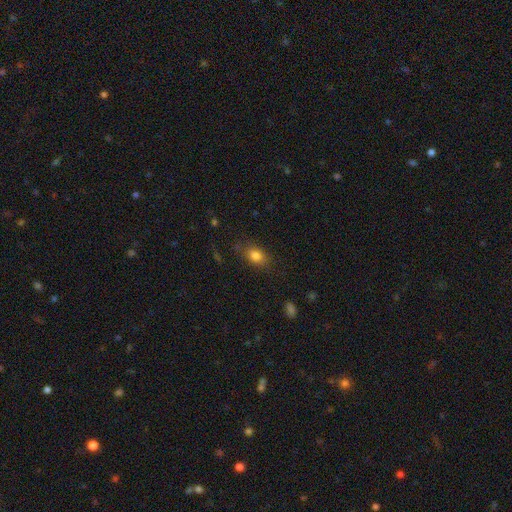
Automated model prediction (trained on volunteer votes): Q: Smooth or featured?
A: smooth (82%); runner-up: star or artifact (10%)
Q: How rounded?
A: in between (78%); runner-up: round (20%)
Q: Merging?
A: none (79%); runner-up: minor disturbance (15%)